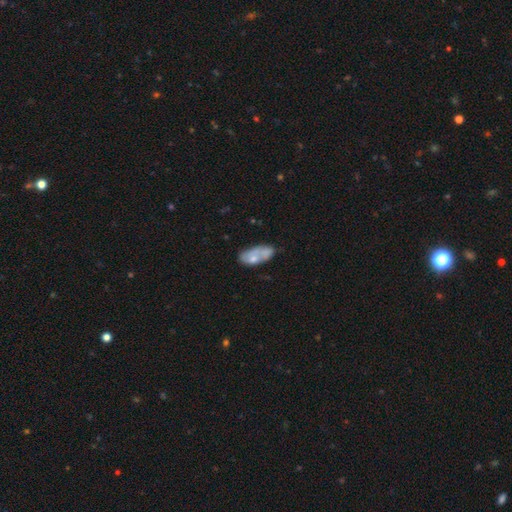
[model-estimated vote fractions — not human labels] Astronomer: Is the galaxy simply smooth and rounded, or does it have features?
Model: smooth — 59% (runner-up: featured or disk, 34%).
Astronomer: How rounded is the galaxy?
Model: in between — 87%.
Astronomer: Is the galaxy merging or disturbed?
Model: none — 41% (runner-up: minor disturbance, 25%).